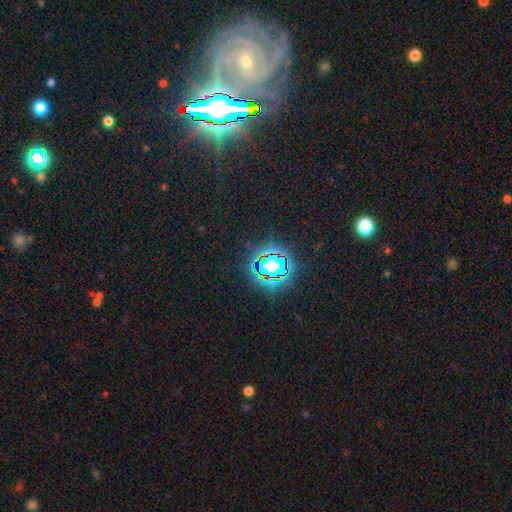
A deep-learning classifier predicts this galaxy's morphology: Smooth or featured: star or artifact — 73% (featured or disk — 16%)